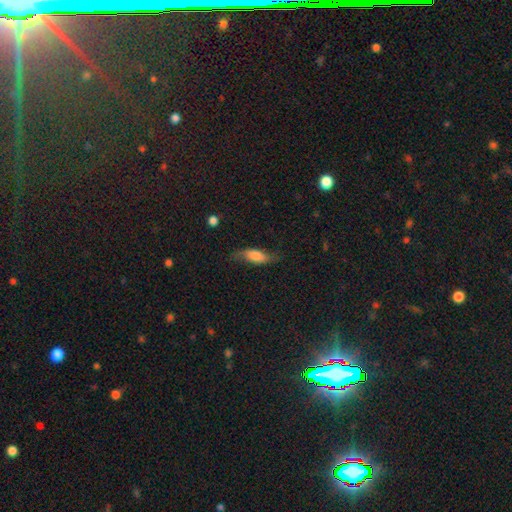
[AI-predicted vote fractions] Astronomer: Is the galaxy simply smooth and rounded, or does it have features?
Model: smooth — 57% (runner-up: featured or disk, 35%).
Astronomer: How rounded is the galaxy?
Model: in between — 69%.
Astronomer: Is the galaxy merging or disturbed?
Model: none — 63%.